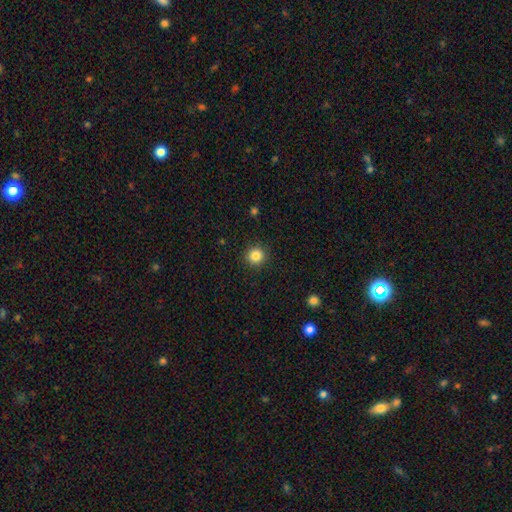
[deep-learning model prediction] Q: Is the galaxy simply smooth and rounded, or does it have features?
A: smooth — 85%.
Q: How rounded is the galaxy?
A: round — 95%.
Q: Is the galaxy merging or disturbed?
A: none — 92%.